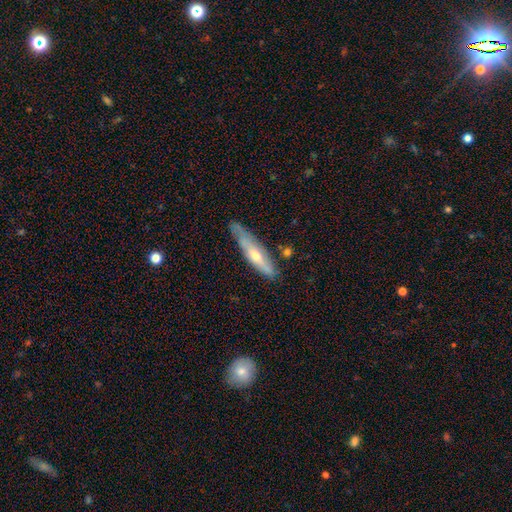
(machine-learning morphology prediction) smooth-or-featured: featured or disk: 50% | smooth: 43% | star or artifact: 6%
  disk-edge-on: yes: 72% | no: 28%
  merging: none: 64% | minor disturbance: 27% | major disturbance: 6% | merger: 4%